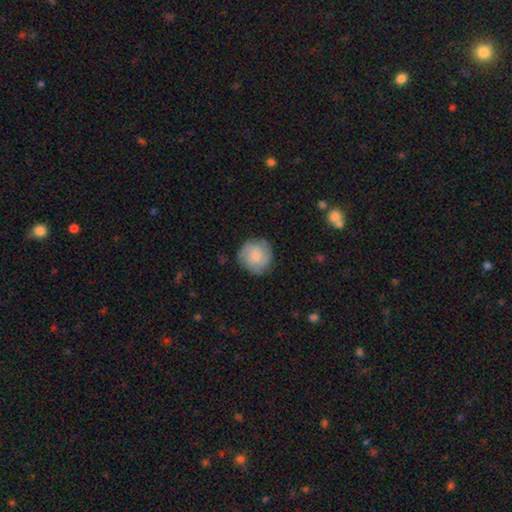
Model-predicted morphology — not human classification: Smooth or featured? smooth (63%)
How rounded? round (91%)
Merging? none (78%)